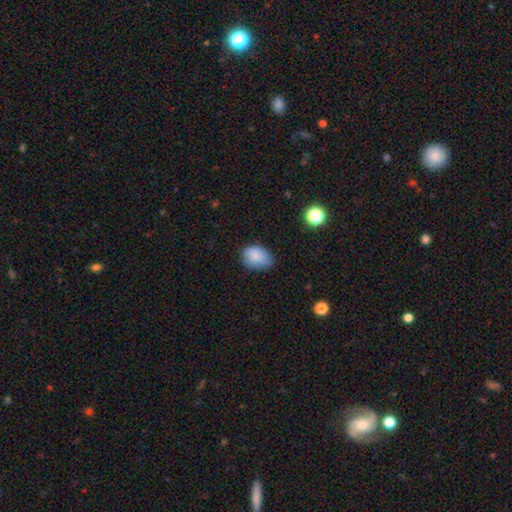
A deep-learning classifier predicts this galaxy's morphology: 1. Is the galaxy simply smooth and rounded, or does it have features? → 84% smooth, 9% star or artifact, 7% featured or disk.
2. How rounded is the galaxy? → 74% in between, 25% round, 1% cigar-shaped.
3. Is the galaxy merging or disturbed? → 66% none, 28% minor disturbance, 5% major disturbance, 1% merger.